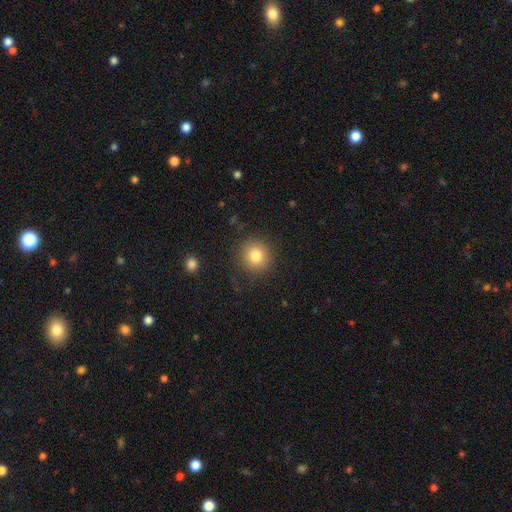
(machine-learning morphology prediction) Overall: smooth (81%). How rounded: round (91%). Merging: none (87%).